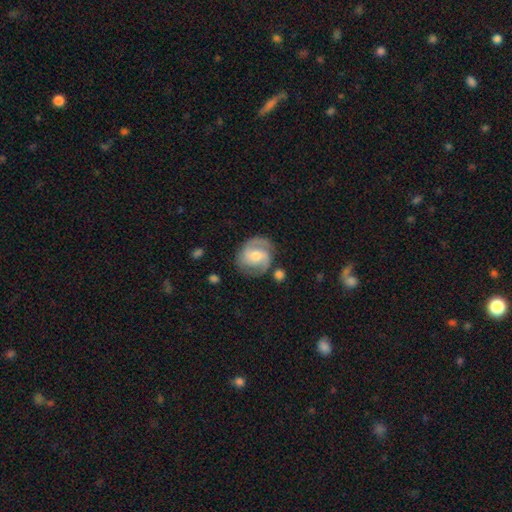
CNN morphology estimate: A featured or disk galaxy (80%) with no bar (45%), 2 (74%) medium (49%) spiral arms (95%) and a moderate central bulge (61%). Merging: none (72%).